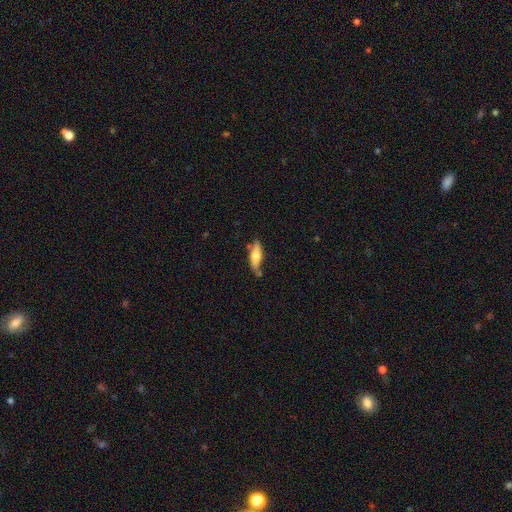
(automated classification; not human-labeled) A smooth galaxy with no disk features (62%) that is in between round and cigar-shaped (53%).

Vote fractions:
- Smooth or featured? smooth: 62% / featured or disk: 32% / star or artifact: 6%
- How rounded? in between: 53% / cigar-shaped: 45% / round: 2%
- Merging? none: 66% / minor disturbance: 22% / merger: 8% / major disturbance: 5%